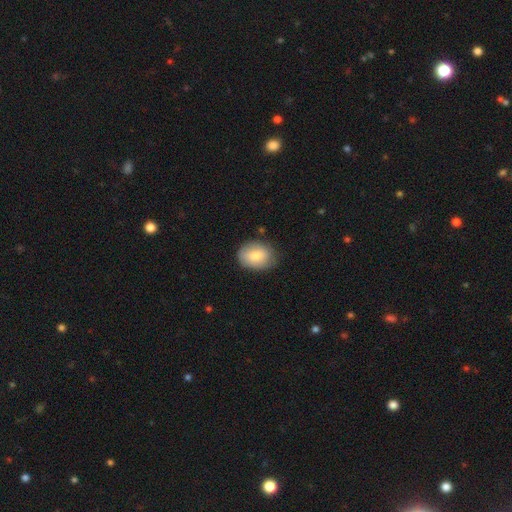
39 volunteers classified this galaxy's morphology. Smooth or featured: smooth — 77% (featured or disk — 18%)
How rounded: in between — 67% (round — 33%)
Merging: none — 73% (minor disturbance — 19%)